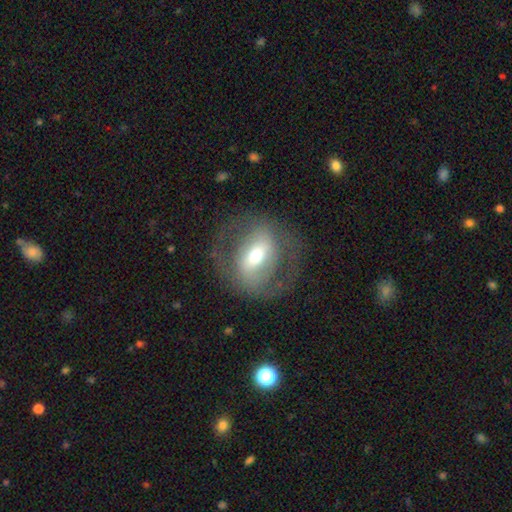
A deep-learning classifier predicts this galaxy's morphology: A featured or disk galaxy (64%) with a strong bar (45%), no spiral arms (56%) and a moderate central bulge (61%). Merging: none (73%).